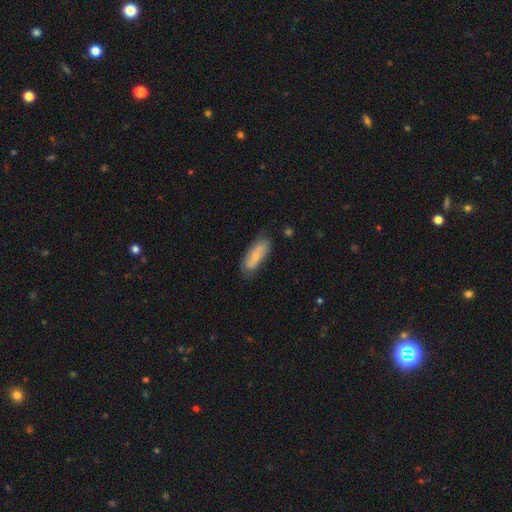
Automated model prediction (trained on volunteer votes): smooth 63%, featured or disk 31%, star or artifact 6%. Down the decision tree: how rounded — in between (69%); merging — none (70%).